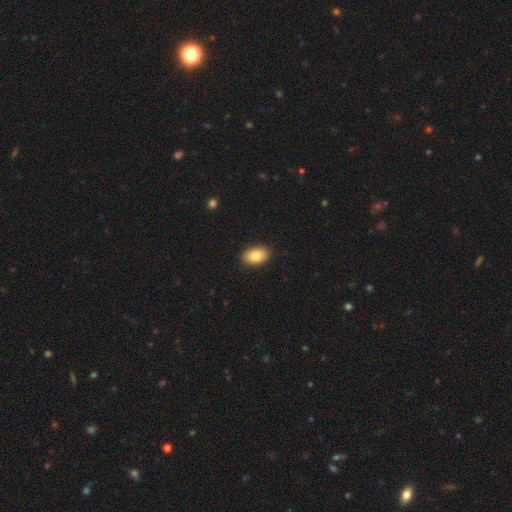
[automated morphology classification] Q: Smooth or featured?
A: smooth (85%); runner-up: featured or disk (8%)
Q: How rounded?
A: in between (91%); runner-up: round (8%)
Q: Merging?
A: none (90%); runner-up: minor disturbance (8%)